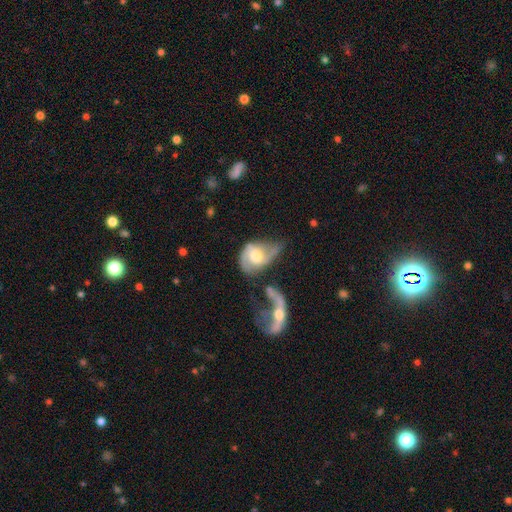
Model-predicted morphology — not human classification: featured or disk 67%, smooth 27%, star or artifact 6%. Down the decision tree: edge-on disk — no (95%); bar — no (67%); spiral arms — yes (80%); spiral arm count — 2 (68%); spiral winding — loose (46%); bulge size — moderate (65%); merging — merger (29%).